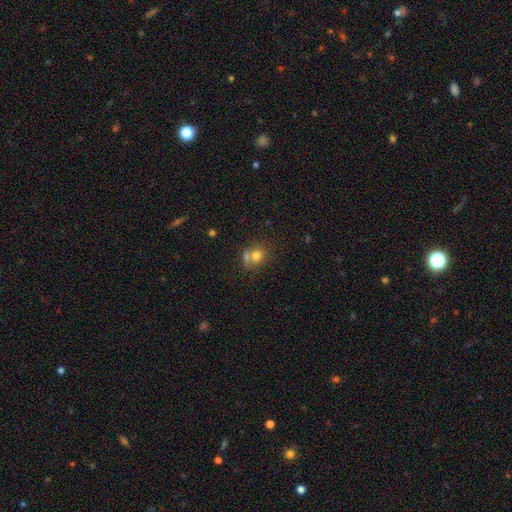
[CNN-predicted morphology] smooth_or_featured: smooth (p=0.75) [alt: featured or disk p=0.13]
how_rounded: round (p=0.74) [alt: in between p=0.25]
merging: none (p=0.44) [alt: merger p=0.38]